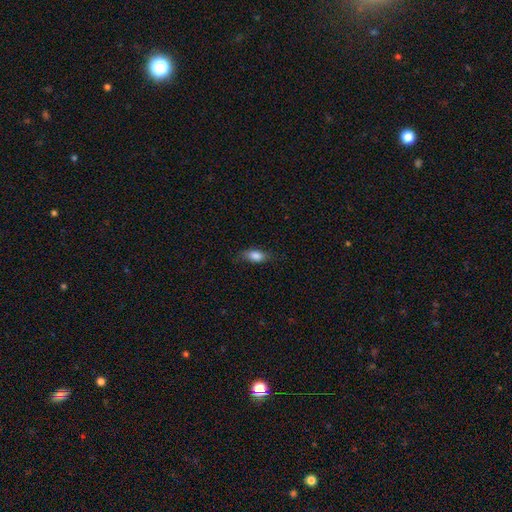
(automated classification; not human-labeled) The model was most divided on "merging": none: 76%, minor disturbance: 19%, major disturbance: 5%, merger: 1%. More confident: how rounded — in between (83%); smooth or featured — smooth (83%).